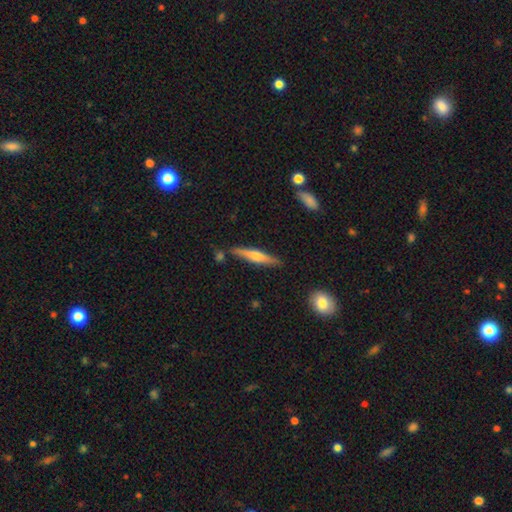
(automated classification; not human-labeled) The model was most divided on "smooth or featured": featured or disk: 55%, smooth: 39%, star or artifact: 6%. More confident: edge-on disk — yes (96%); merging — none (84%); edge-on bulge — rounded (76%).